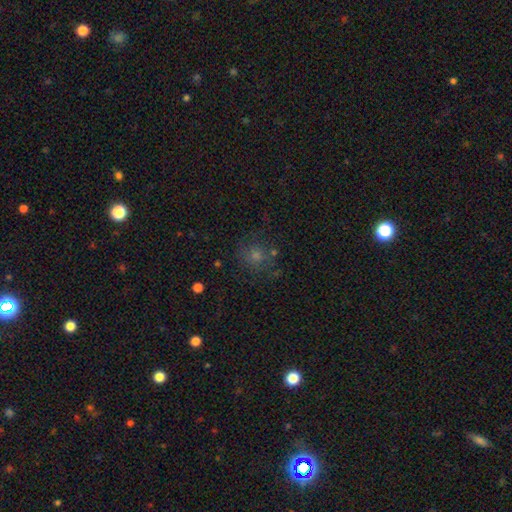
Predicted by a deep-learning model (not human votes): Smooth or featured? Predicted: smooth (p=0.67). How rounded? Predicted: round (p=0.84). Merging? Predicted: none (p=0.68).